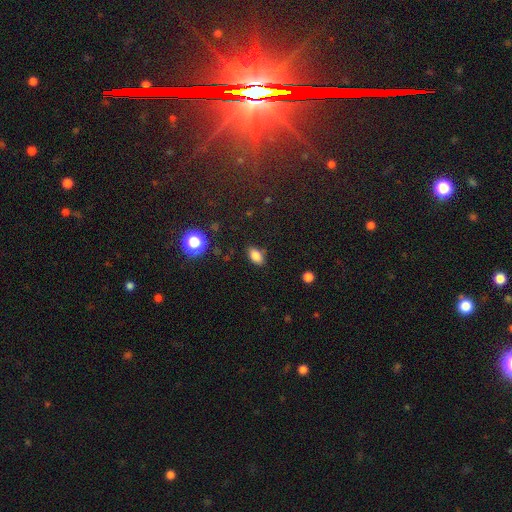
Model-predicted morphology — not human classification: Smooth or featured? Predicted: smooth (p=0.82). How rounded? Predicted: in between (p=0.88). Merging? Predicted: none (p=0.83).